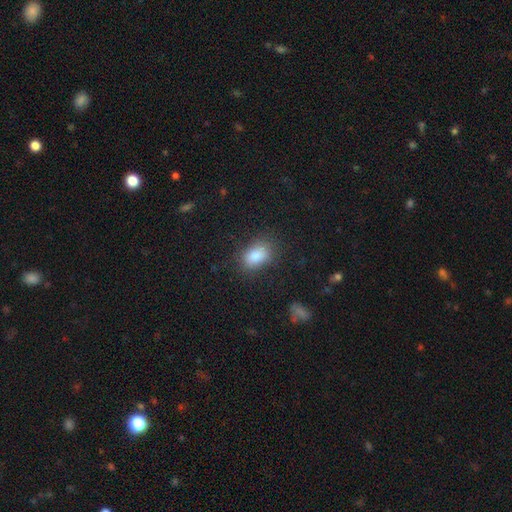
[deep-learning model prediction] Smooth or featured? Predicted: smooth (p=0.84). How rounded? Predicted: in between (p=0.84). Merging? Predicted: none (p=0.79).